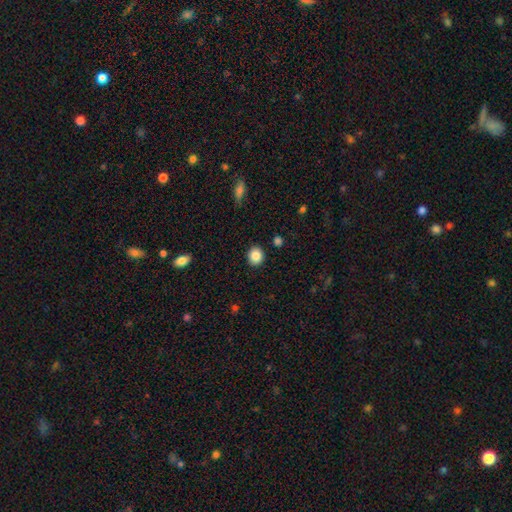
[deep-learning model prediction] smooth-or-featured: smooth: 86% | star or artifact: 9% | featured or disk: 5%
  how-rounded: round: 76% | in between: 23% | cigar-shaped: 1%
  merging: none: 90% | minor disturbance: 7% | major disturbance: 2% | merger: 2%